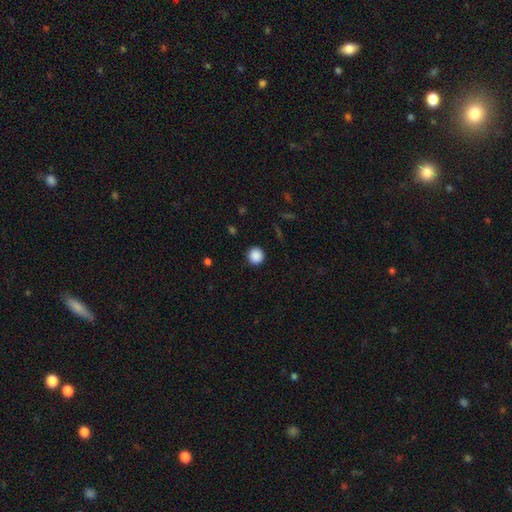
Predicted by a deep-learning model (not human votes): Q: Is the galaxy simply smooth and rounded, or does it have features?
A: smooth — 88%.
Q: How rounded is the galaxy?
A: round — 94%.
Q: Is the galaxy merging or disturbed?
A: none — 92%.